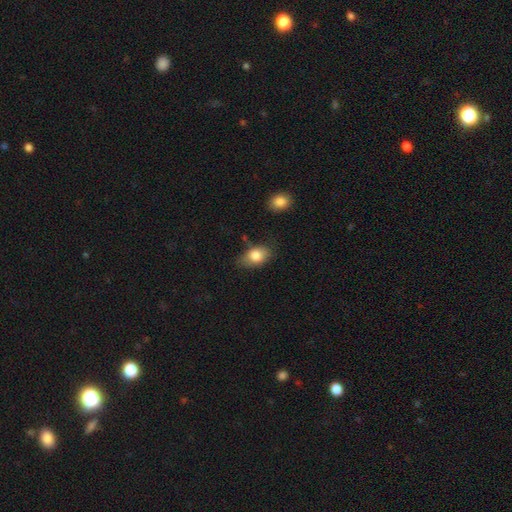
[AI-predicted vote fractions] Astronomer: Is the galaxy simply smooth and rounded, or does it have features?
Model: smooth — 81%.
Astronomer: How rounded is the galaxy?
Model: in between — 84%.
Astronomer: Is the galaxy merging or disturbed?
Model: none — 67%.